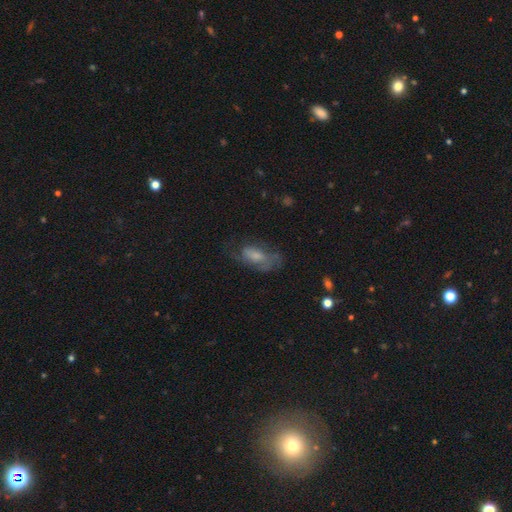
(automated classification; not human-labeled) The model was most divided on "smooth or featured": smooth: 46%, featured or disk: 44%, star or artifact: 10%. Remaining: merging — none (47%).